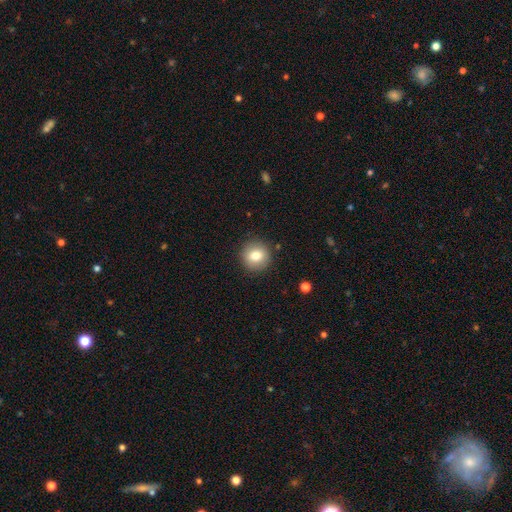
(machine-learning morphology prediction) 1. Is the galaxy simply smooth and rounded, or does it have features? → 80% smooth, 11% featured or disk, 9% star or artifact.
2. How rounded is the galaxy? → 90% round, 9% in between, 1% cigar-shaped.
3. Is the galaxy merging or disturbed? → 90% none, 7% minor disturbance, 2% major disturbance, 1% merger.